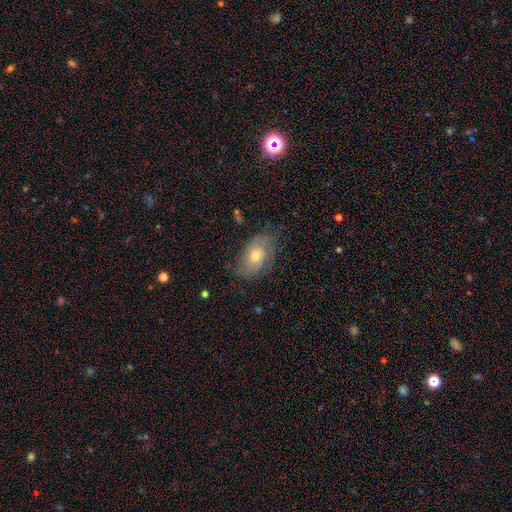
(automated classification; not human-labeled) The model was most divided on "smooth or featured": smooth: 50%, featured or disk: 41%, star or artifact: 9%. More confident: how rounded — in between (89%); merging — none (66%).